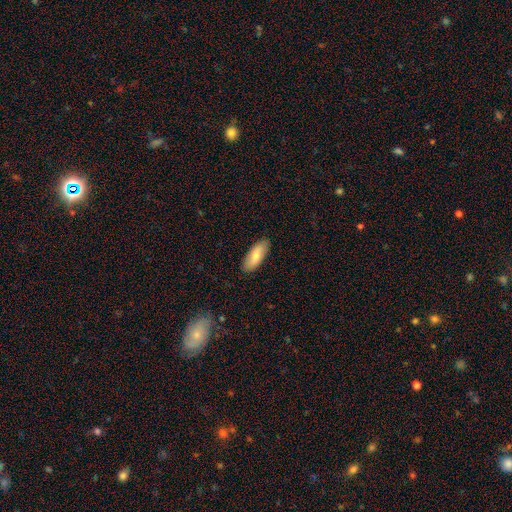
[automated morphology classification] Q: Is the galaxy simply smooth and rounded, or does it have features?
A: smooth — 76%.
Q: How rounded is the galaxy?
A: in between — 79%.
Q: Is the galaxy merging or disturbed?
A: none — 88%.